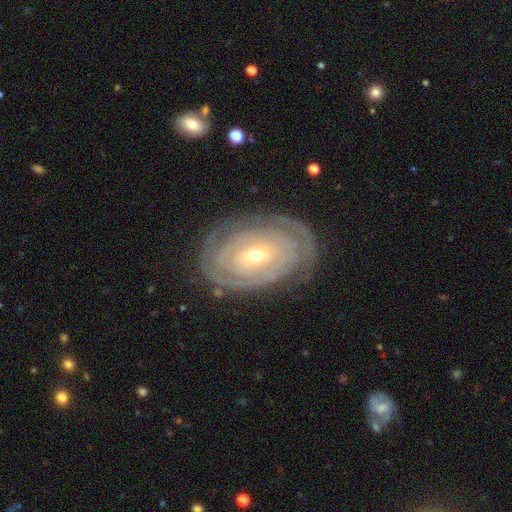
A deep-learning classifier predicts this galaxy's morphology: Smooth or featured? Predicted: featured or disk (p=0.81). Edge-on disk? Predicted: no (p=0.95). Bar? Predicted: no (p=0.60). Spiral arms? Predicted: yes (p=0.83). Spiral winding? Predicted: tight (p=0.85). Spiral arm count? Predicted: can't tell (p=0.51). Bulge size? Predicted: small (p=0.59). Merging? Predicted: none (p=0.78).